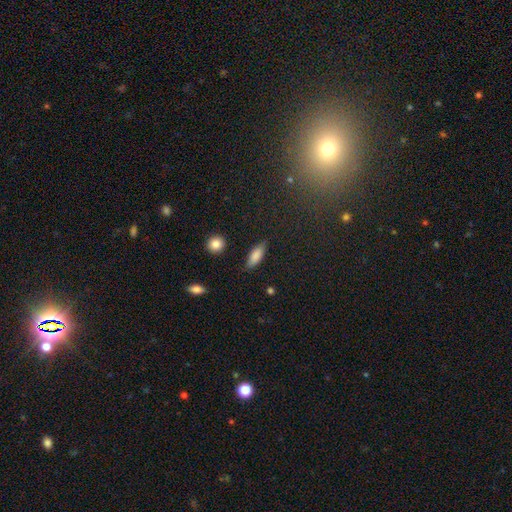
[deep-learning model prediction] Overall: smooth (83%). How rounded: in between (73%). Merging: none (80%).